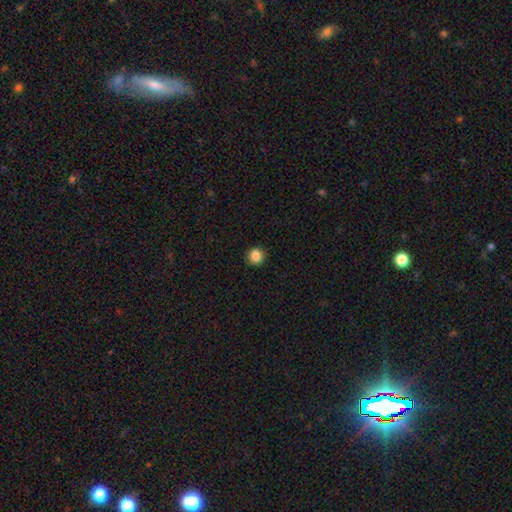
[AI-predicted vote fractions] A smooth galaxy with no disk features (86%) that is round (93%). Merging: none (93%).